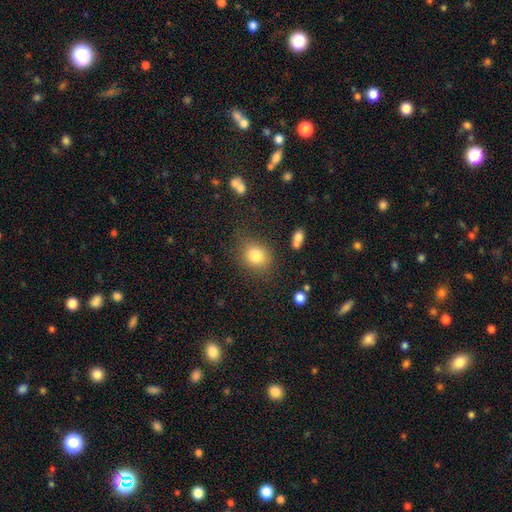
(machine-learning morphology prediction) smooth_or_featured: smooth (p=0.81) [alt: star or artifact p=0.11]
how_rounded: round (p=0.67) [alt: in between p=0.32]
merging: none (p=0.78) [alt: minor disturbance p=0.14]